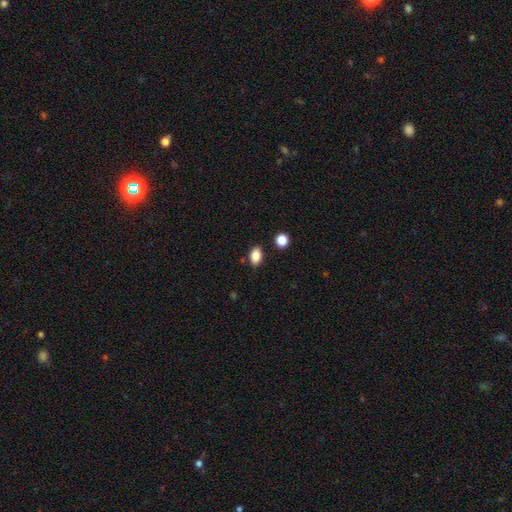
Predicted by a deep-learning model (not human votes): Smooth or featured? Predicted: smooth (p=0.86). How rounded? Predicted: in between (p=0.85). Merging? Predicted: none (p=0.84).